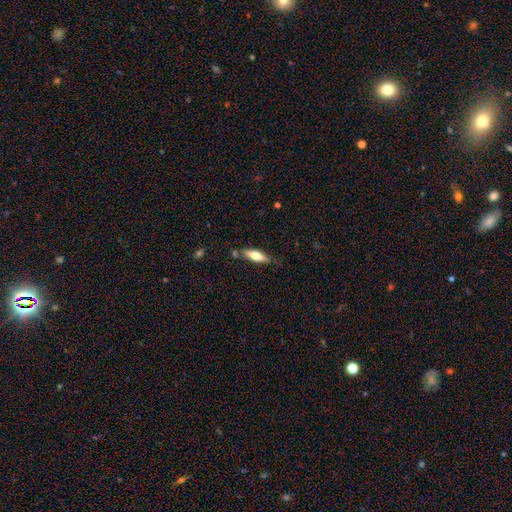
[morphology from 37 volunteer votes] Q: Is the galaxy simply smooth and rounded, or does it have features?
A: smooth — 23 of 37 (62%).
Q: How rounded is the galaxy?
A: in between — 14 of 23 (61%).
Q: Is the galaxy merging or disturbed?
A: none — 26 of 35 (74%).